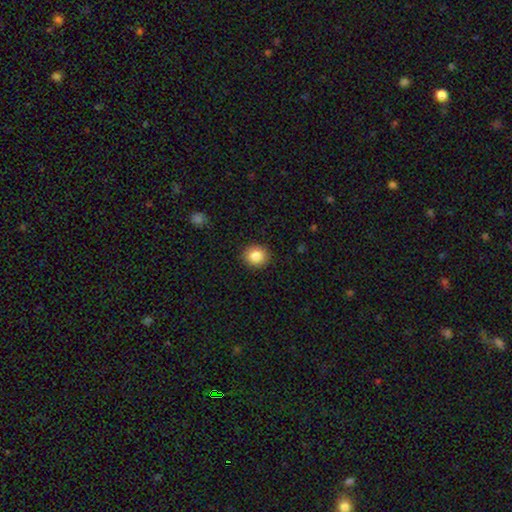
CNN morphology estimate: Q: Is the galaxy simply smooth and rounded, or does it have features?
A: smooth — 86%.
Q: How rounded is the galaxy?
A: round — 79%.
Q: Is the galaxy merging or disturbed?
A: none — 89%.